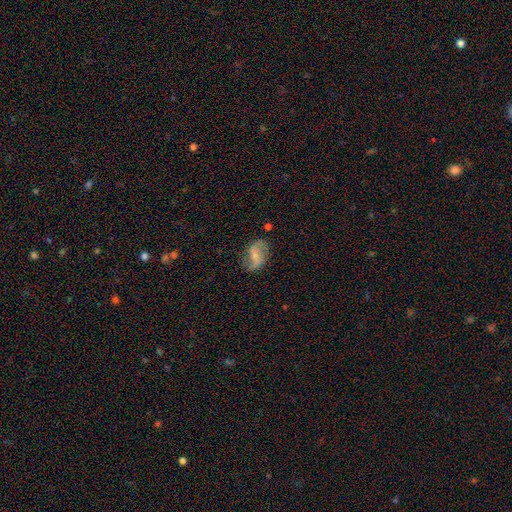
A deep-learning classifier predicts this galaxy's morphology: Smooth or featured?
  - featured or disk: 70% *
  - smooth: 23%
  - star or artifact: 7%
Edge-on disk?
  - no: 97% *
  - yes: 3%
Bar?
  - weak: 48% *
  - no: 34%
  - strong: 18%
Spiral arms?
  - yes: 91% *
  - no: 9%
Spiral winding?
  - loose: 62% *
  - medium: 29%
  - tight: 9%
Spiral arm count?
  - 2: 89% *
  - can't tell: 5%
  - 1: 3%
  - 3: 1%
  - 4: 1%
  - more than 4: 1%
Bulge size?
  - small: 56% *
  - moderate: 29%
  - none: 12%
  - large: 2%
  - dominant: 1%
Merging?
  - none: 70% *
  - minor disturbance: 20%
  - major disturbance: 8%
  - merger: 2%